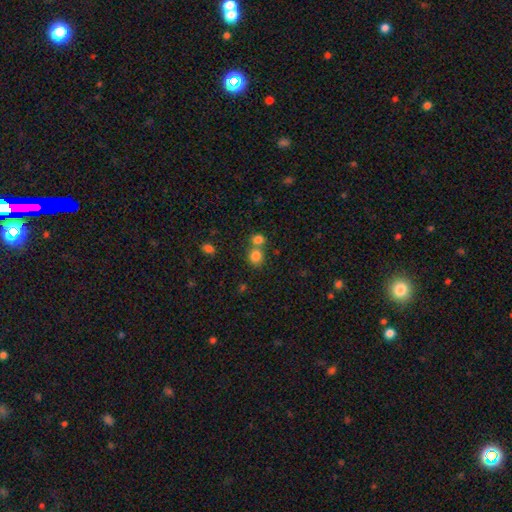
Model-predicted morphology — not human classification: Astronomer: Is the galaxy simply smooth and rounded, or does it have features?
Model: smooth — 82%.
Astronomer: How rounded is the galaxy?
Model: round — 80%.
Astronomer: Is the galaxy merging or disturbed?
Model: none — 52% (runner-up: merger, 38%).